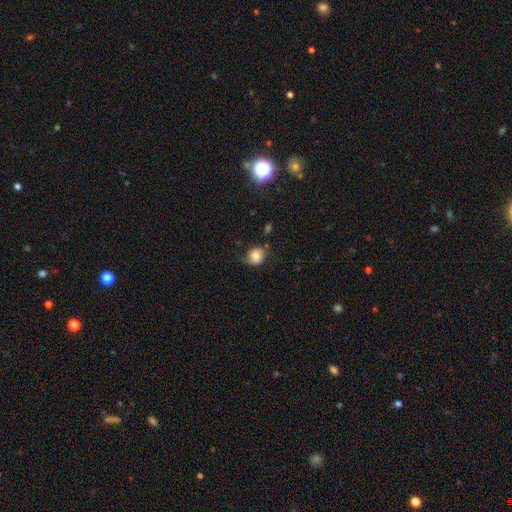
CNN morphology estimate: The model was most divided on "merging": none: 64%, minor disturbance: 26%, major disturbance: 7%, merger: 3%. More confident: smooth or featured — smooth (76%); how rounded — round (71%).